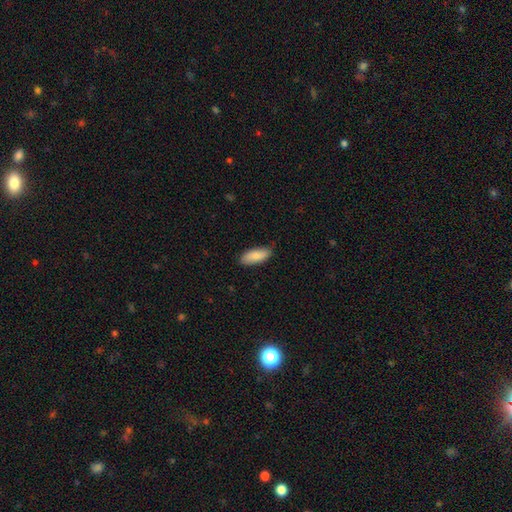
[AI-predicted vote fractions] smooth 84%, featured or disk 10%, star or artifact 6%. Down the decision tree: how rounded — in between (81%); merging — none (83%).